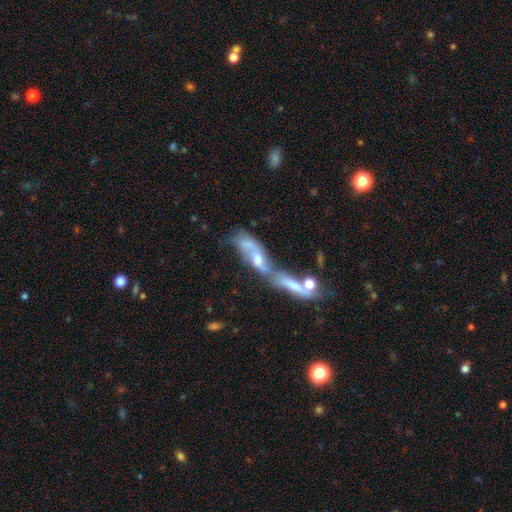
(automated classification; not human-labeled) smooth_or_featured: featured or disk (p=0.59) [alt: smooth p=0.29]
disk_edge_on: no (p=0.80) [alt: yes p=0.20]
merging: merger (p=0.70) [alt: none p=0.13]